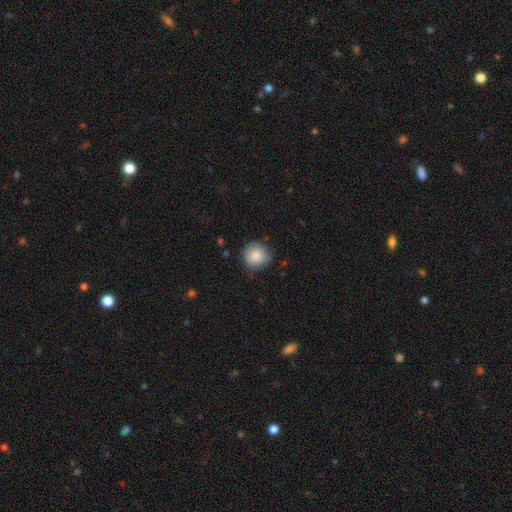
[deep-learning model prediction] Overall: smooth (86%). How rounded: round (91%). Merging: none (77%).